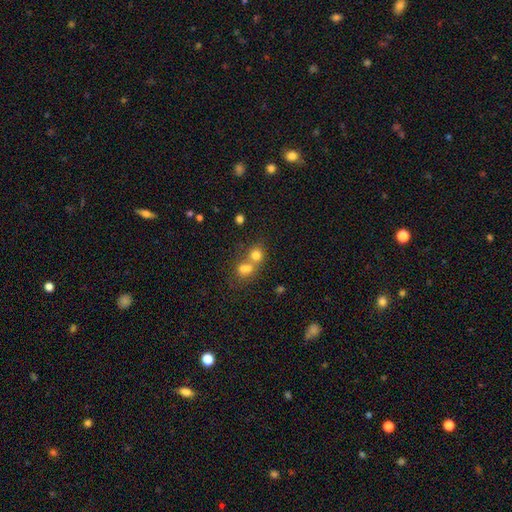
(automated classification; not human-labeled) smooth 71%, star or artifact 15%, featured or disk 13%. Down the decision tree: how rounded — round (78%); merging — merger (55%).